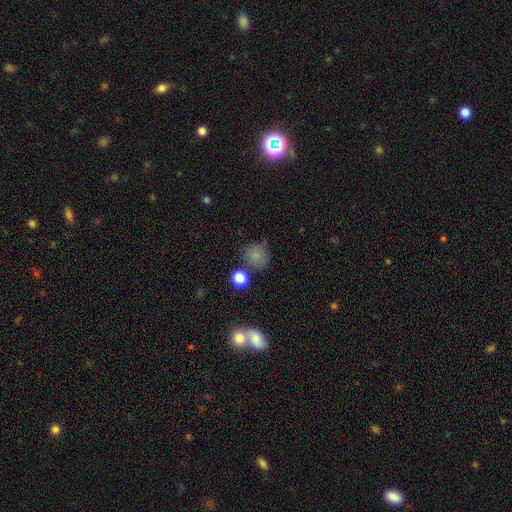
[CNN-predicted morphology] Smooth or featured?
  - smooth: 78% *
  - star or artifact: 15%
  - featured or disk: 8%
How rounded?
  - round: 88% *
  - in between: 11%
  - cigar-shaped: 1%
Merging?
  - none: 69% *
  - minor disturbance: 15%
  - merger: 10%
  - major disturbance: 5%